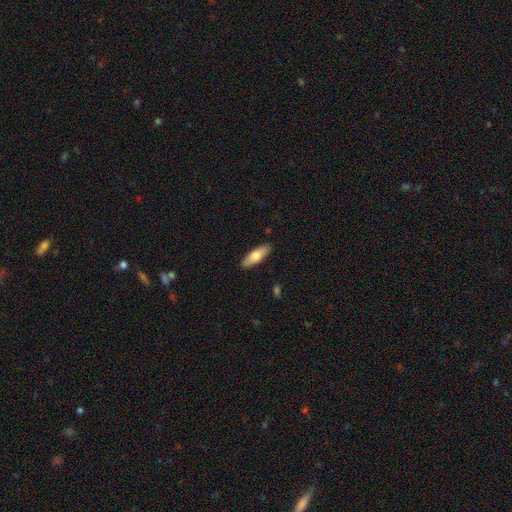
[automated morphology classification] Smooth or featured: smooth — 70% (featured or disk — 25%)
How rounded: in between — 61% (cigar-shaped — 37%)
Merging: none — 89% (minor disturbance — 8%)